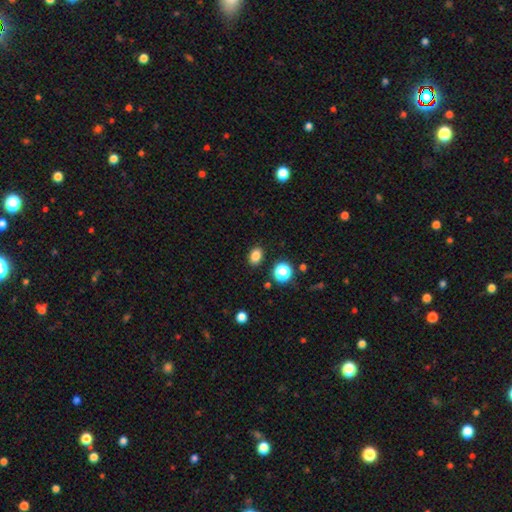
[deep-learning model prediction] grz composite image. It shows a smooth galaxy with no disk features (83%) that is in between round and cigar-shaped (71%). Merging: none (88%).